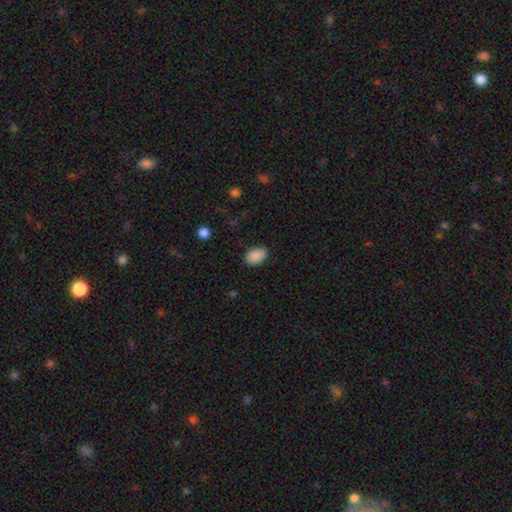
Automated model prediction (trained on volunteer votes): smooth_or_featured: smooth (p=0.89) [alt: star or artifact p=0.07]
how_rounded: in between (p=0.87) [alt: round p=0.12]
merging: none (p=0.84) [alt: minor disturbance p=0.12]